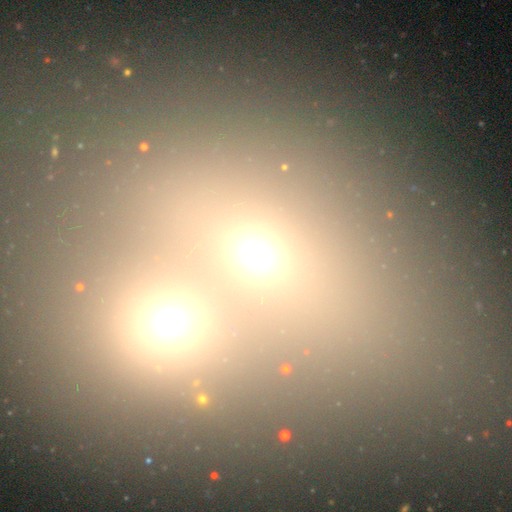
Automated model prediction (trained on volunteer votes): smooth_or_featured: smooth (p=0.65) [alt: star or artifact p=0.21]
how_rounded: round (p=0.50) [alt: in between p=0.48]
merging: merger (p=0.63) [alt: none p=0.26]